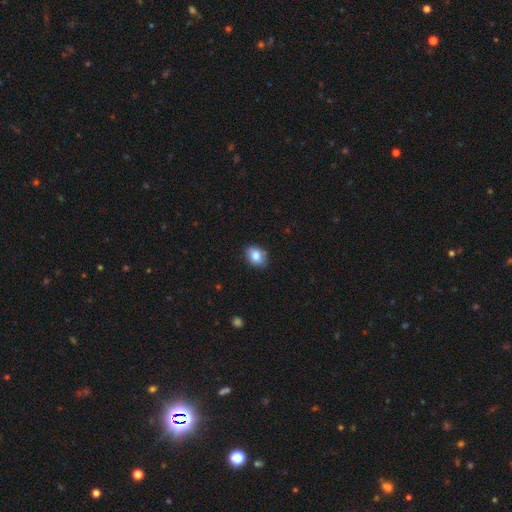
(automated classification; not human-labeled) The model was most divided on "how rounded": in between: 73%, round: 26%, cigar-shaped: 1%. More confident: merging — none (84%); smooth or featured — smooth (82%).